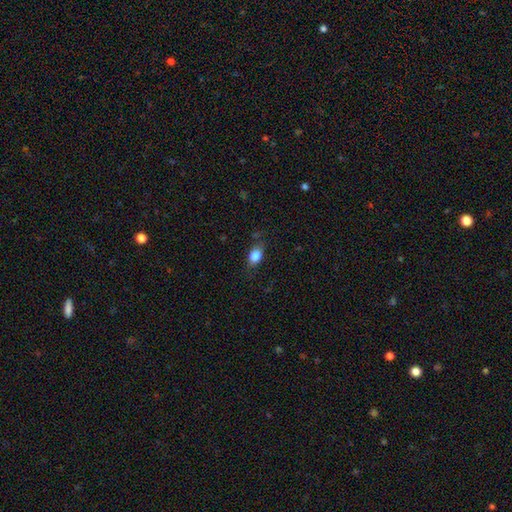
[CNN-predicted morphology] Smooth or featured?
  - smooth: 84% *
  - star or artifact: 9%
  - featured or disk: 8%
How rounded?
  - in between: 80% *
  - round: 17%
  - cigar-shaped: 3%
Merging?
  - none: 77% *
  - minor disturbance: 17%
  - major disturbance: 5%
  - merger: 1%